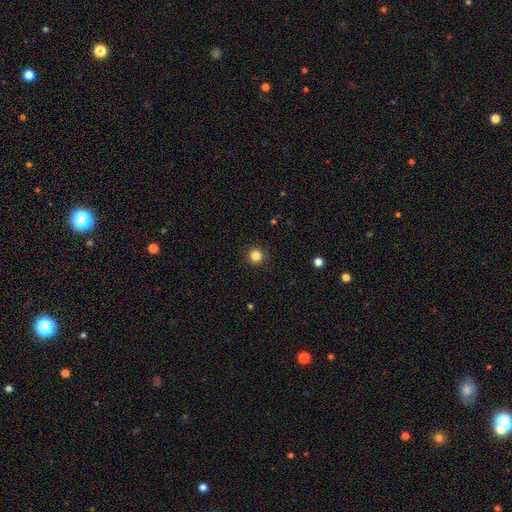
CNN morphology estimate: Smooth or featured?
  - smooth: 83% *
  - star or artifact: 12%
  - featured or disk: 4%
How rounded?
  - round: 95% *
  - in between: 4%
  - cigar-shaped: 1%
Merging?
  - none: 92% *
  - minor disturbance: 5%
  - major disturbance: 2%
  - merger: 1%